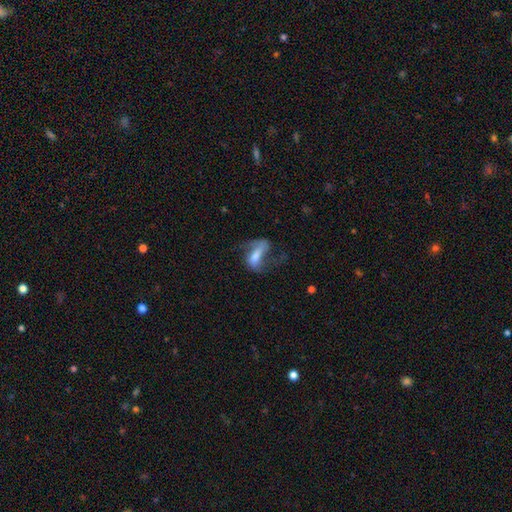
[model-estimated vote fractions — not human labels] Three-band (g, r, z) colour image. It shows a featured or disk galaxy (56%) with a strong bar (38%), spiral arms (77%) and a moderate central bulge (33%). Merging: major disturbance (38%).